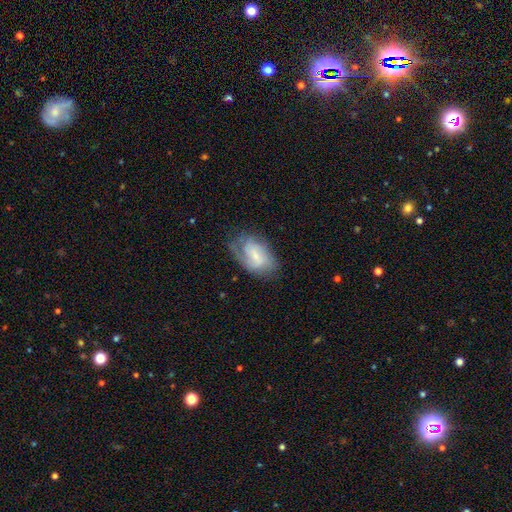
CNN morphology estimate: The model was most divided on "spiral winding": medium: 43%, tight: 35%, loose: 22%. Remaining: edge-on disk — no (96%); spiral arms — yes (87%); smooth or featured — featured or disk (61%); merging — none (58%); bulge size — small (57%); bar — weak (50%); spiral arm count — 2 (42%).